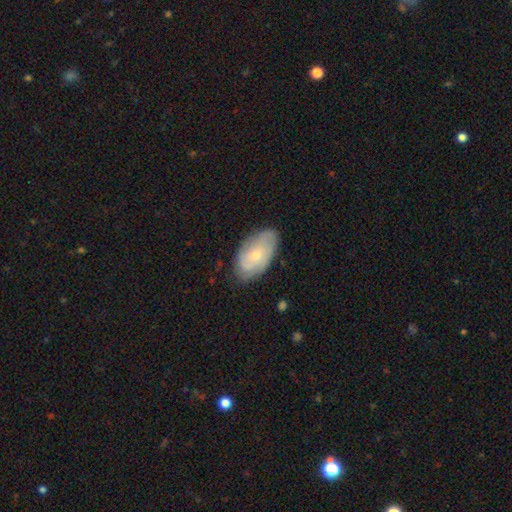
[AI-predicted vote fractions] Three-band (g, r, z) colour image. It shows a featured or disk galaxy (50%). Merging: none (74%).